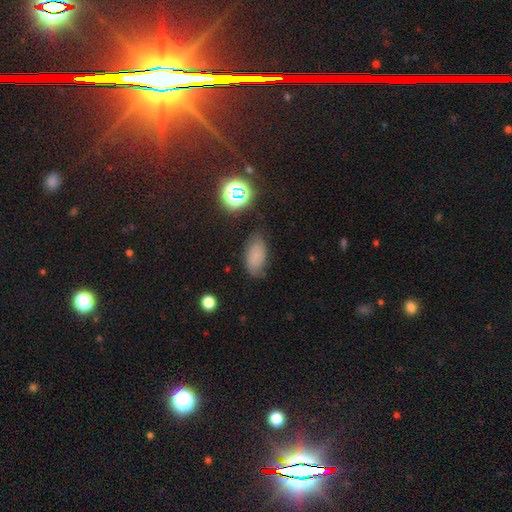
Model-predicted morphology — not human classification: A smooth galaxy with no disk features (54%) that is in between round and cigar-shaped (91%).

Vote fractions:
- Smooth or featured? smooth: 54% / featured or disk: 28% / star or artifact: 17%
- How rounded? in between: 91% / round: 6% / cigar-shaped: 4%
- Merging? none: 70% / minor disturbance: 22% / major disturbance: 6% / merger: 2%